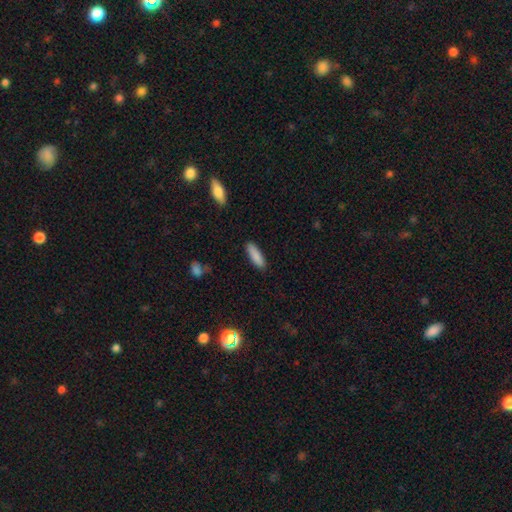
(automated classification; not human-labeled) Q: Smooth or featured?
A: smooth (87%); runner-up: star or artifact (6%)
Q: How rounded?
A: cigar-shaped (57%); runner-up: in between (42%)
Q: Merging?
A: none (87%); runner-up: minor disturbance (9%)